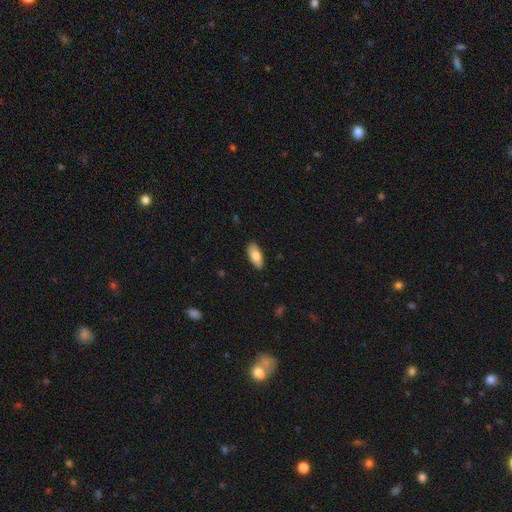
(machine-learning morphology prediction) This appears to be a smooth galaxy with no disk features (80%) that is in between round and cigar-shaped (85%). Merging: none (87%).